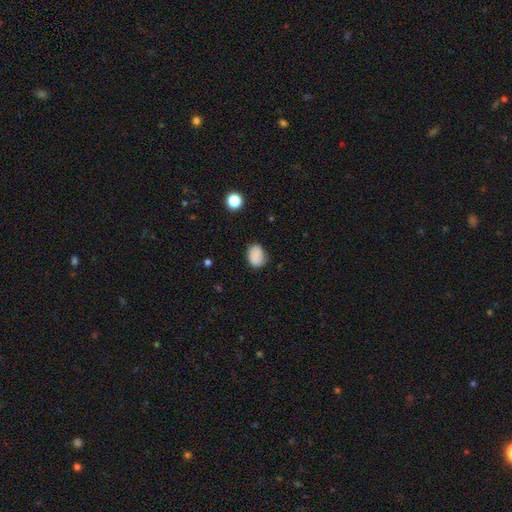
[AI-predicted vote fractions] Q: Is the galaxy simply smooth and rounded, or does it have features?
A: smooth — 85%.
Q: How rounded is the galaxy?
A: in between — 70%.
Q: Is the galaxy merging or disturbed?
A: none — 76%.